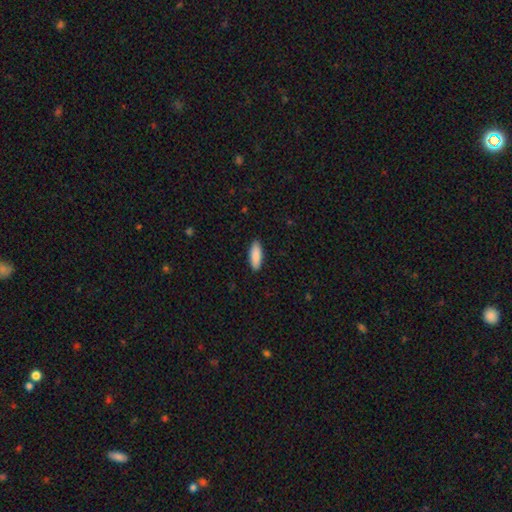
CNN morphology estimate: Smooth or featured: smooth — 90% (star or artifact — 5%)
How rounded: in between — 67% (cigar-shaped — 31%)
Merging: none — 90% (minor disturbance — 8%)